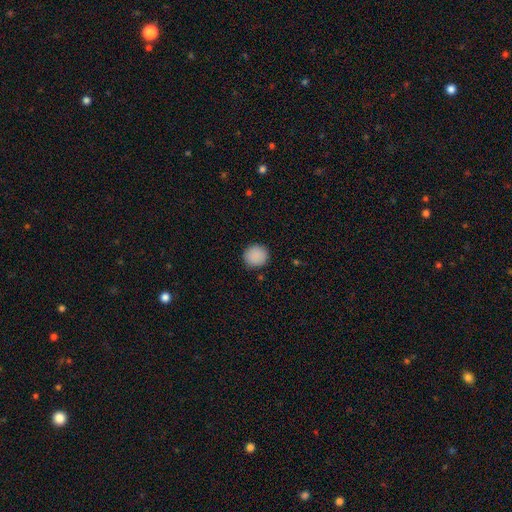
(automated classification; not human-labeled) Smooth or featured?
  - smooth: 89% *
  - star or artifact: 8%
  - featured or disk: 3%
How rounded?
  - round: 90% *
  - in between: 9%
  - cigar-shaped: 1%
Merging?
  - none: 89% *
  - minor disturbance: 7%
  - major disturbance: 2%
  - merger: 1%